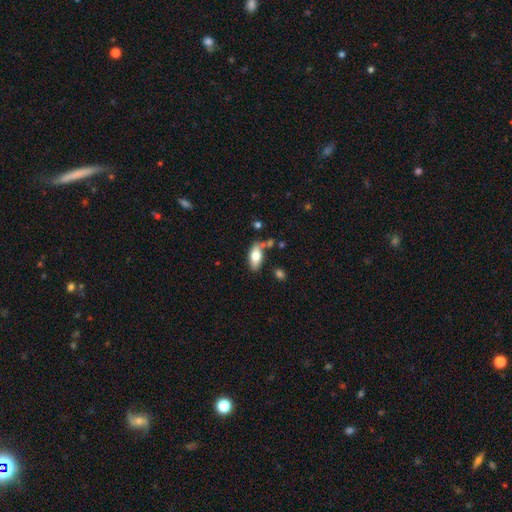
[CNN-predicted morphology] This is likely a smooth galaxy (72%). How rounded: clearly in between (86%). Merging: likely none (71%).